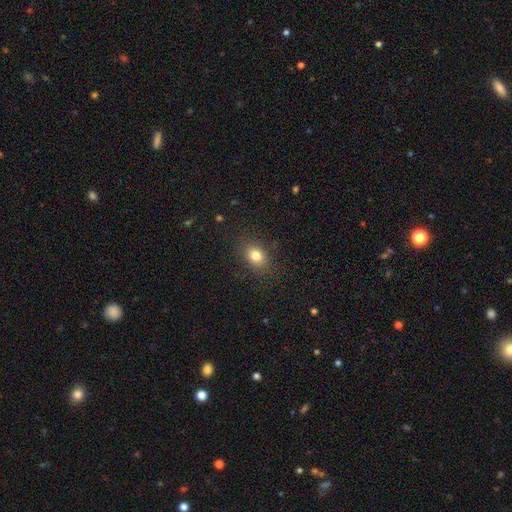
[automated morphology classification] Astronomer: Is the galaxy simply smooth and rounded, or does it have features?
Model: smooth — 80%.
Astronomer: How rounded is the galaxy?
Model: in between — 54% (runner-up: round, 45%).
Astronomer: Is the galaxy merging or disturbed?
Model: none — 85%.